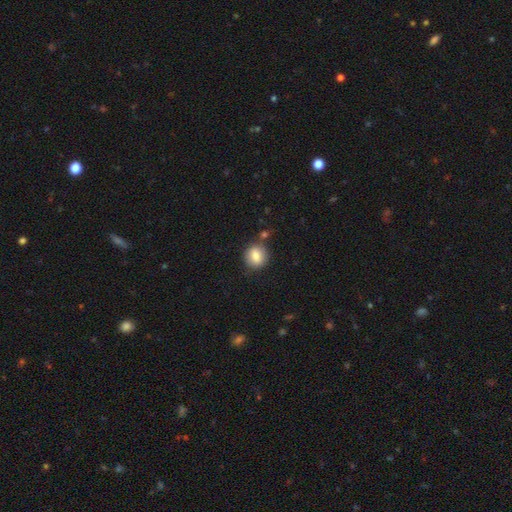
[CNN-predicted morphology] Smooth or featured? Predicted: smooth (p=0.82). How rounded? Predicted: round (p=0.81). Merging? Predicted: none (p=0.78).